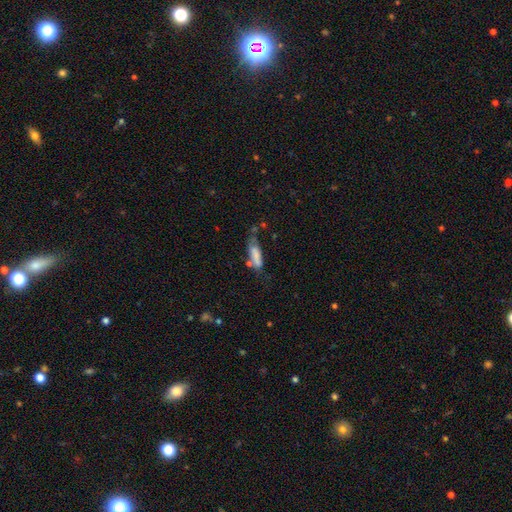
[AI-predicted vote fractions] Smooth or featured? Predicted: smooth (p=0.73). How rounded? Predicted: cigar-shaped (p=0.52). Merging? Predicted: none (p=0.40).